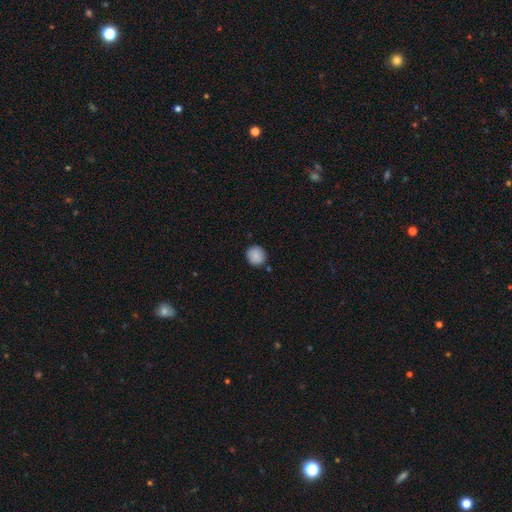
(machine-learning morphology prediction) This is clearly a smooth galaxy (88%). How rounded: clearly round (92%). Merging: clearly none (87%).